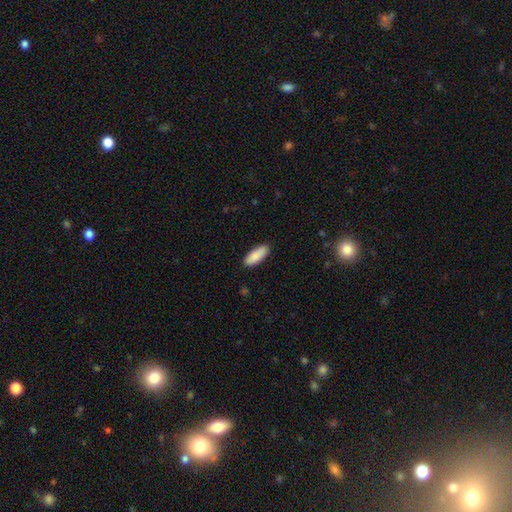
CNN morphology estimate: A smooth galaxy with no disk features (89%) that is in between round and cigar-shaped (77%). Merging: none (89%).